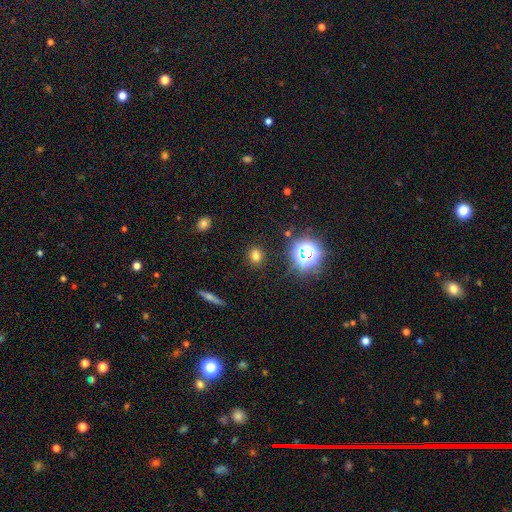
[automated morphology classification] A smooth galaxy with no disk features (71%) that is round (73%). Merging: none (88%).